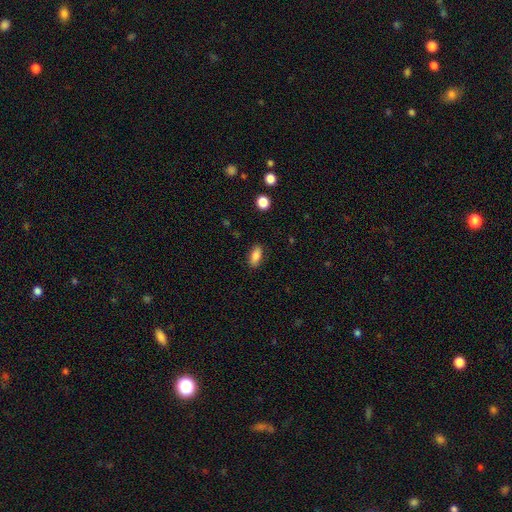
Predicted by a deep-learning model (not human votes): Smooth or featured: smooth — 85% (star or artifact — 8%)
How rounded: in between — 88% (cigar-shaped — 8%)
Merging: none — 86% (minor disturbance — 10%)